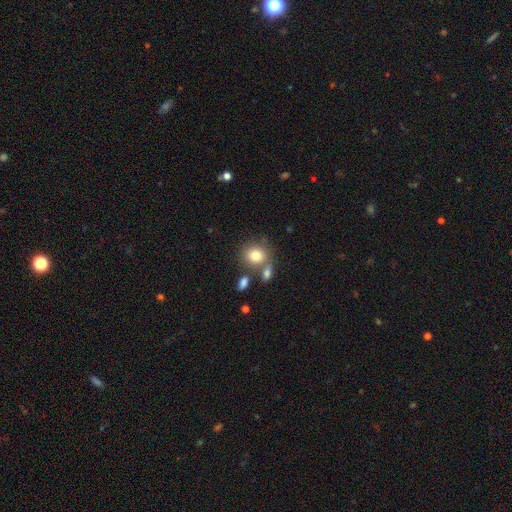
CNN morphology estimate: Smooth or featured?
  - smooth: 79% *
  - featured or disk: 11%
  - star or artifact: 9%
How rounded?
  - round: 75% *
  - in between: 24%
  - cigar-shaped: 1%
Merging?
  - none: 57% *
  - merger: 26%
  - minor disturbance: 12%
  - major disturbance: 4%